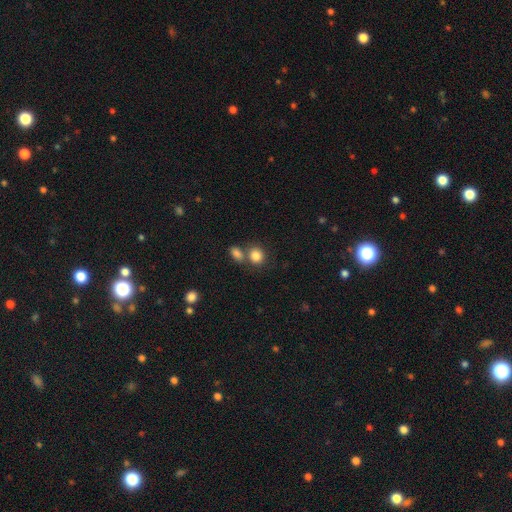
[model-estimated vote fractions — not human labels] A smooth galaxy with no disk features (84%) that is round (69%).

Vote fractions:
- Smooth or featured? smooth: 84% / star or artifact: 10% / featured or disk: 7%
- How rounded? round: 69% / in between: 29% / cigar-shaped: 1%
- Merging? none: 53% / merger: 34% / minor disturbance: 9% / major disturbance: 4%